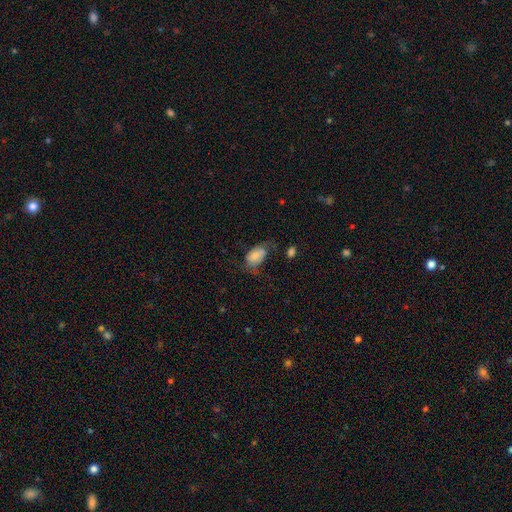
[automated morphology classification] This appears to be a smooth galaxy with no disk features (69%) that is in between round and cigar-shaped (91%). Merging: none (38%).